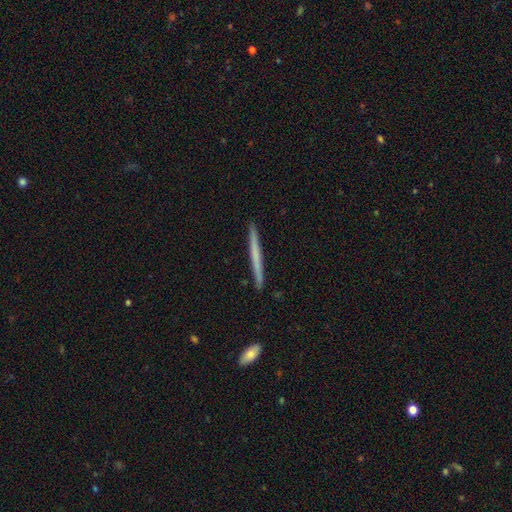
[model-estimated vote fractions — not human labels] A smooth galaxy with no disk features (52%) that is cigar-shaped (97%).

Vote fractions:
- Smooth or featured? smooth: 52% / featured or disk: 43% / star or artifact: 6%
- How rounded? cigar-shaped: 97% / in between: 1% / round: 1%
- Merging? none: 92% / minor disturbance: 6% / major disturbance: 1% / merger: 1%